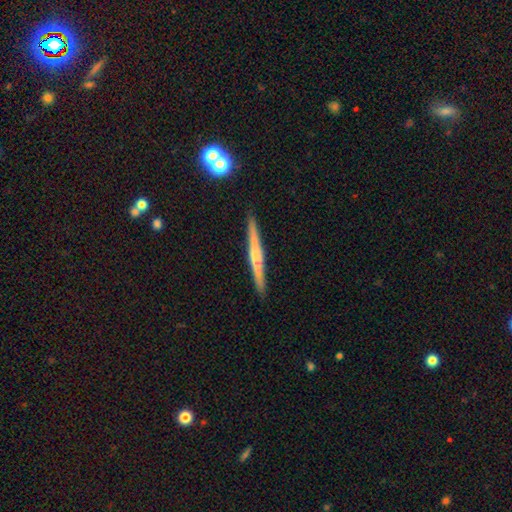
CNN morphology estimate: Q: Smooth or featured?
A: featured or disk (63%); runner-up: smooth (31%)
Q: Edge-on disk?
A: yes (98%); runner-up: no (2%)
Q: Edge-on bulge?
A: rounded (58%); runner-up: none (29%)
Q: Merging?
A: none (91%); runner-up: minor disturbance (6%)